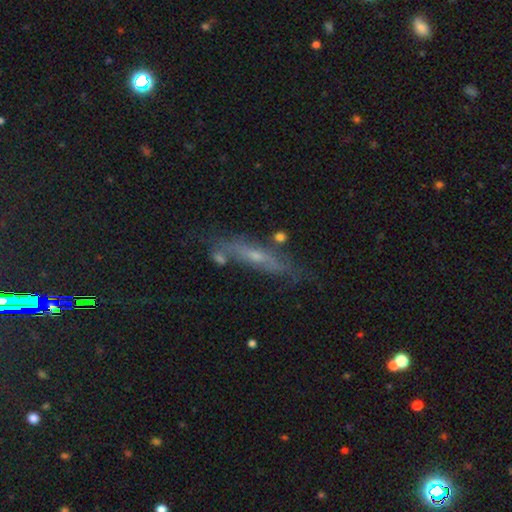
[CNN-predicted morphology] Smooth or featured?
  - featured or disk: 61% *
  - smooth: 29%
  - star or artifact: 11%
Edge-on disk?
  - yes: 68% *
  - no: 32%
Merging?
  - none: 59% *
  - minor disturbance: 21%
  - merger: 10%
  - major disturbance: 10%